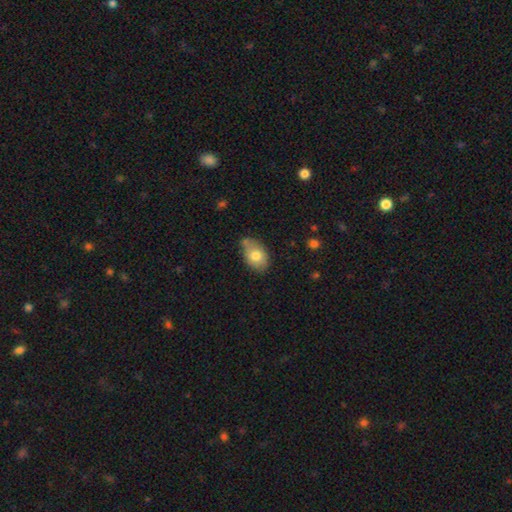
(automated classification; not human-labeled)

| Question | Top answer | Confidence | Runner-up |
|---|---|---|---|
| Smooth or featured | smooth | 77% | featured or disk (16%) |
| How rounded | in between | 86% | round (12%) |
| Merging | none | 60% | minor disturbance (25%) |